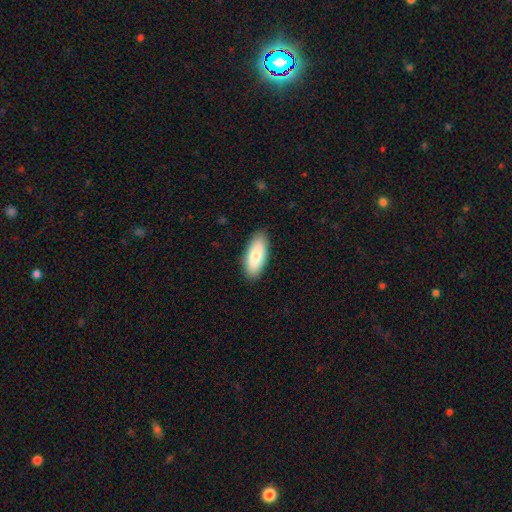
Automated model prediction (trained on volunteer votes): smooth 81%, featured or disk 13%, star or artifact 6%. Down the decision tree: how rounded — in between (84%); merging — none (88%).